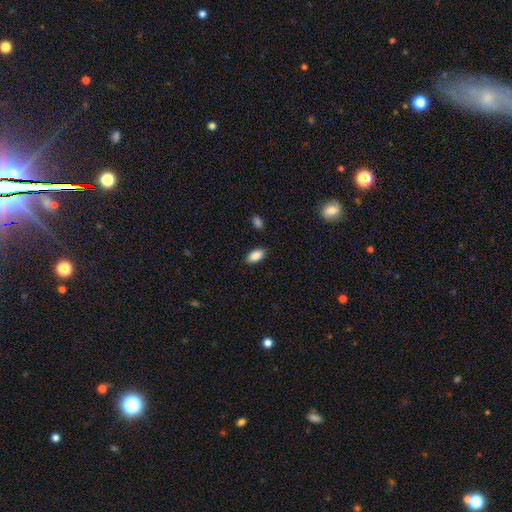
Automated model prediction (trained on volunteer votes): A smooth galaxy with no disk features (89%) that is in between round and cigar-shaped (93%).

Vote fractions:
- Smooth or featured? smooth: 89% / star or artifact: 7% / featured or disk: 4%
- How rounded? in between: 93% / cigar-shaped: 4% / round: 3%
- Merging? none: 87% / minor disturbance: 9% / major disturbance: 2% / merger: 1%